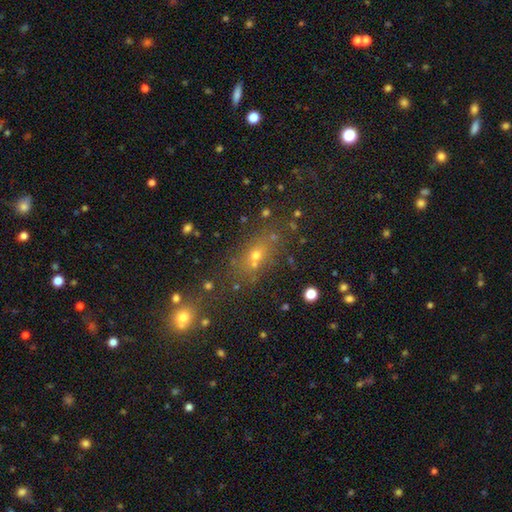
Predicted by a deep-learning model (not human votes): Smooth or featured: smooth — 50% (star or artifact — 35%)
Merging: none — 66% (merger — 15%)